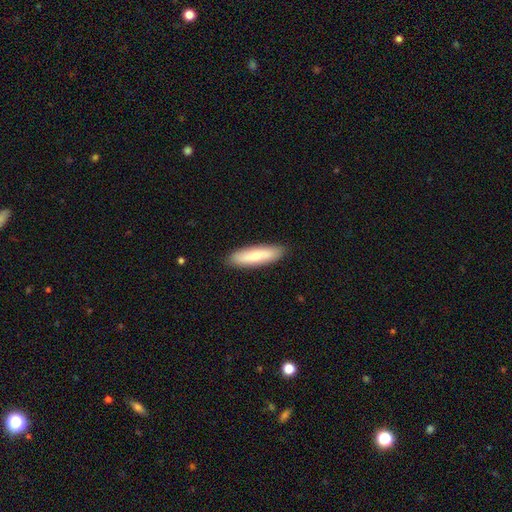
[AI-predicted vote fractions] Smooth or featured? Predicted: smooth (p=0.72). How rounded? Predicted: cigar-shaped (p=0.65). Merging? Predicted: none (p=0.89).